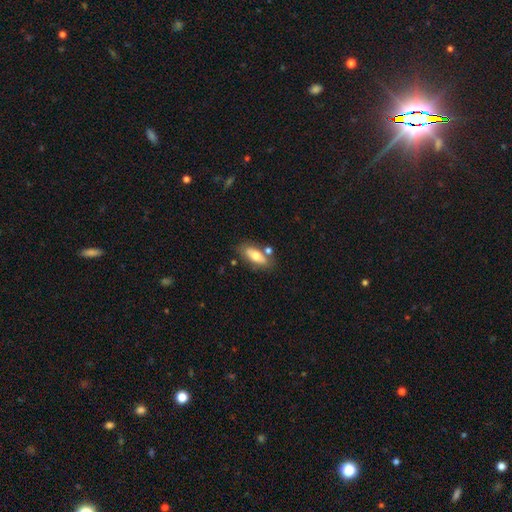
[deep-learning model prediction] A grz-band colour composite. It shows a smooth galaxy with no disk features (63%) that is in between round and cigar-shaped (76%). Merging: none (69%).